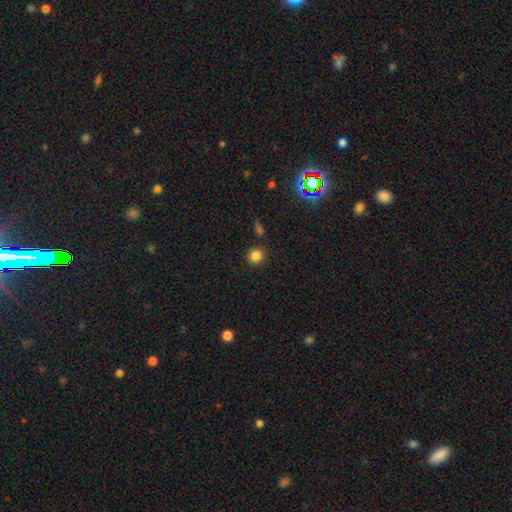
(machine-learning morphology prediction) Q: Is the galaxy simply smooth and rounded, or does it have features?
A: smooth — 83%.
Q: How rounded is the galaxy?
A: round — 91%.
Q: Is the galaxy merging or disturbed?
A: none — 86%.